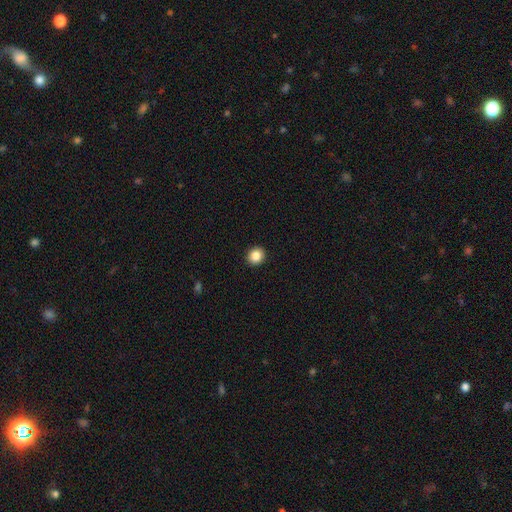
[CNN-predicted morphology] This appears to be a smooth galaxy with no disk features (86%) that is round (85%). Merging: none (93%).